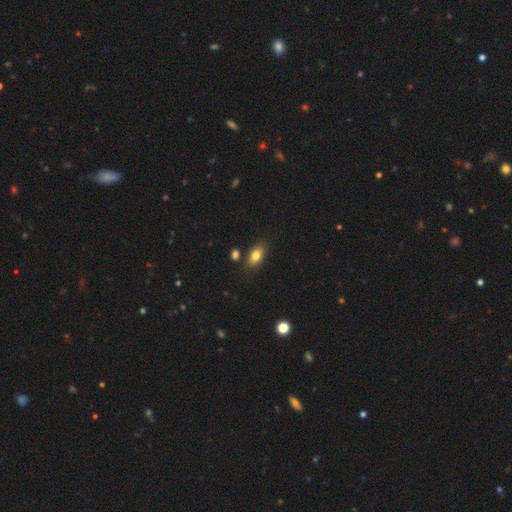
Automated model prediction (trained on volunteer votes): A smooth galaxy with no disk features (81%) that is in between round and cigar-shaped (86%).

Vote fractions:
- Smooth or featured? smooth: 81% / featured or disk: 11% / star or artifact: 9%
- How rounded? in between: 86% / round: 9% / cigar-shaped: 5%
- Merging? none: 78% / minor disturbance: 13% / merger: 6% / major disturbance: 3%